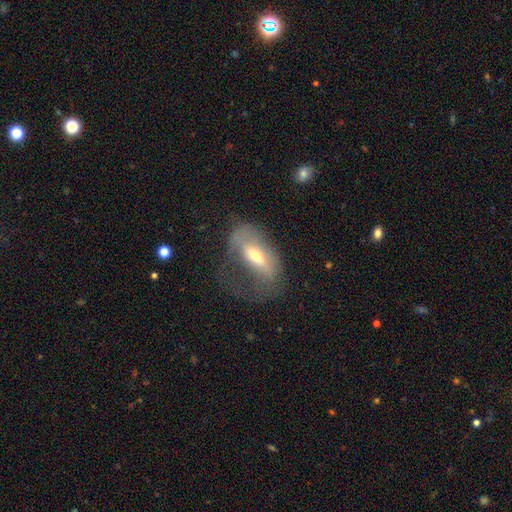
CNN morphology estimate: This appears to be a featured or disk galaxy (46%). Merging: major disturbance (51%).